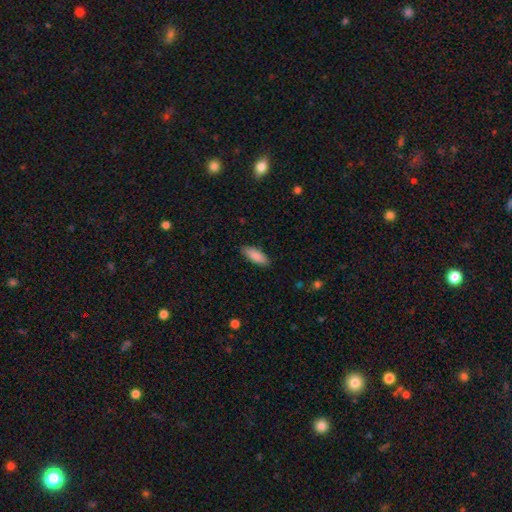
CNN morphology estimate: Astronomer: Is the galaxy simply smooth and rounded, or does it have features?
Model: smooth — 89%.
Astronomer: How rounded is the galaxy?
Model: in between — 72%.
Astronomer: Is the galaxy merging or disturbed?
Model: none — 87%.